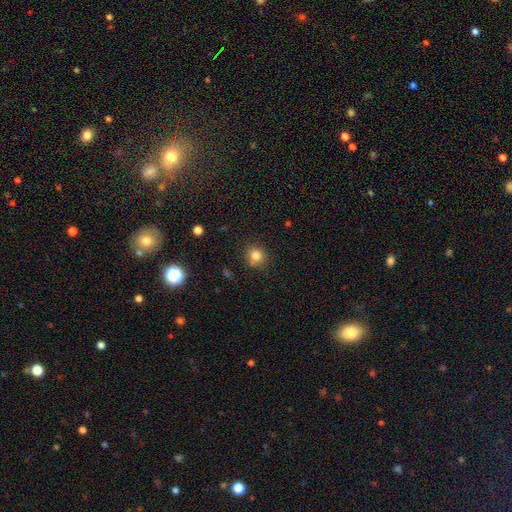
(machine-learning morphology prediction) The model was most divided on "smooth or featured": smooth: 81%, star or artifact: 13%, featured or disk: 7%. More confident: how rounded — round (87%); merging — none (82%).